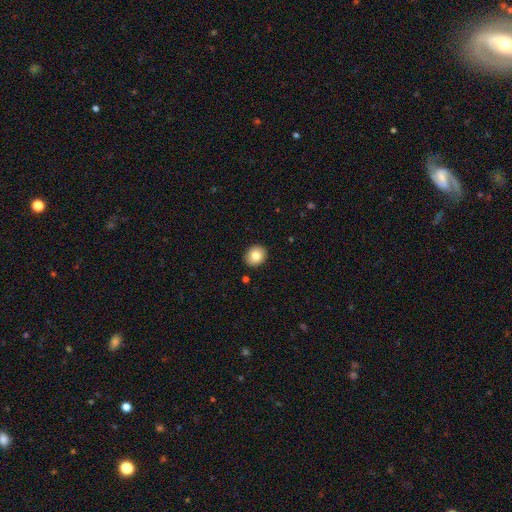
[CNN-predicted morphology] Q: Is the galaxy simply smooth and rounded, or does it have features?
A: smooth — 83%.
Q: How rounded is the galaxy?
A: round — 72%.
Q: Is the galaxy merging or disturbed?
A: none — 91%.